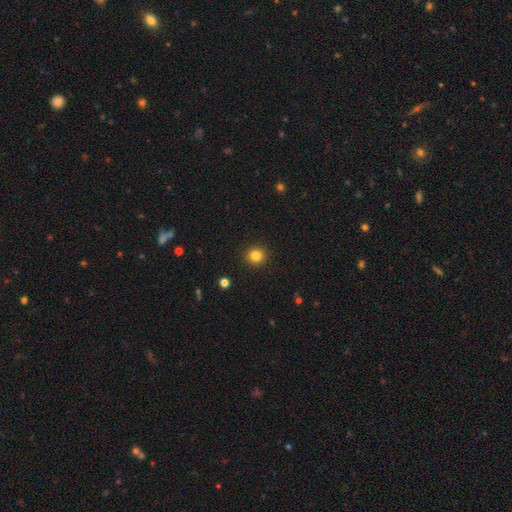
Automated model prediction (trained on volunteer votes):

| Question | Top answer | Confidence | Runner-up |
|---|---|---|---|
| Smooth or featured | smooth | 82% | star or artifact (12%) |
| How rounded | round | 92% | in between (7%) |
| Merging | none | 93% | minor disturbance (5%) |